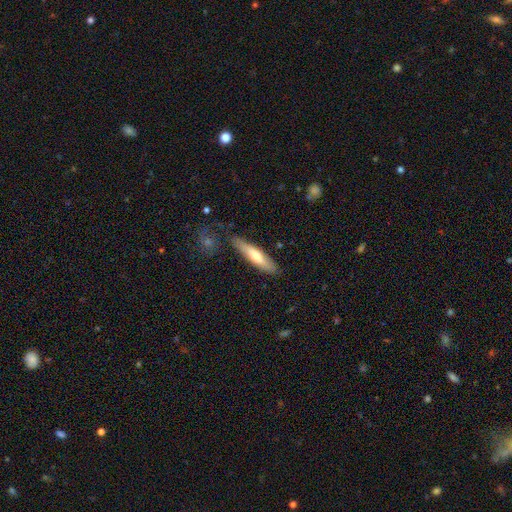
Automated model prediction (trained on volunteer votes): Smooth or featured? Predicted: smooth (p=0.61). How rounded? Predicted: cigar-shaped (p=0.79). Merging? Predicted: none (p=0.81).